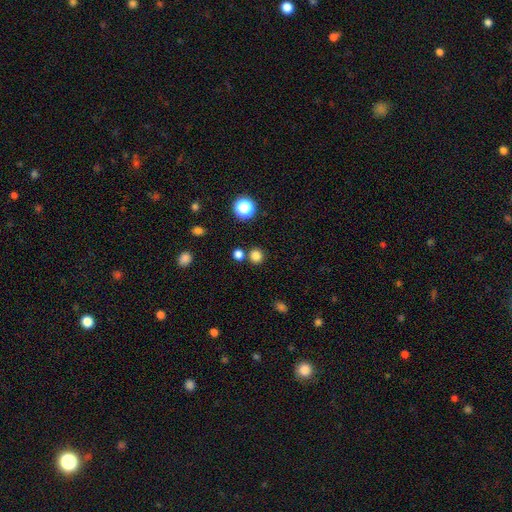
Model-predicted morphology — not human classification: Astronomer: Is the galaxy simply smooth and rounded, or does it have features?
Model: smooth — 79%.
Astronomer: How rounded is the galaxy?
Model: round — 91%.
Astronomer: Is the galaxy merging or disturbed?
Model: none — 80%.